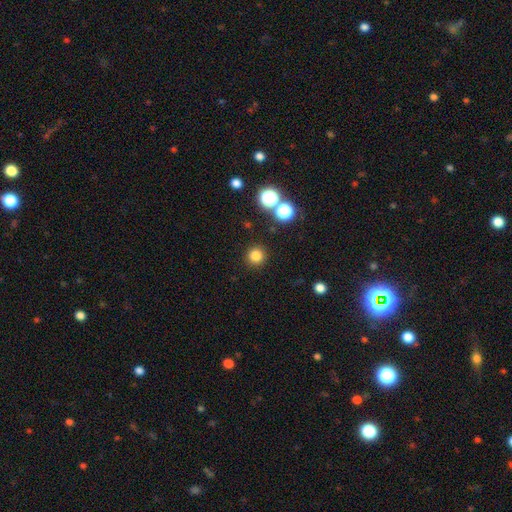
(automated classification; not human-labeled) Overall: smooth (80%). How rounded: round (94%). Merging: none (90%).